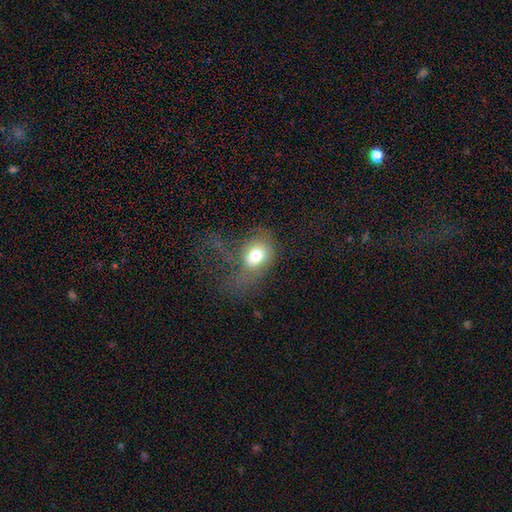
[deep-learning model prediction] smooth 71%, featured or disk 18%, star or artifact 11%. Down the decision tree: how rounded — in between (51%); merging — major disturbance (48%).